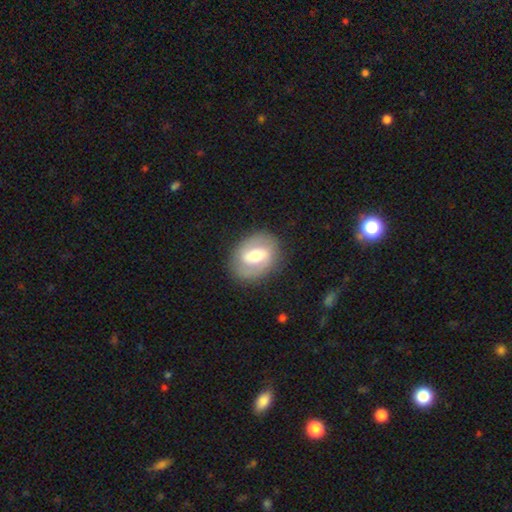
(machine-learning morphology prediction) This appears to be a featured or disk galaxy (65%) with a weak bar (42%), spiral arms (70%) and a moderate central bulge (65%). Merging: none (83%).